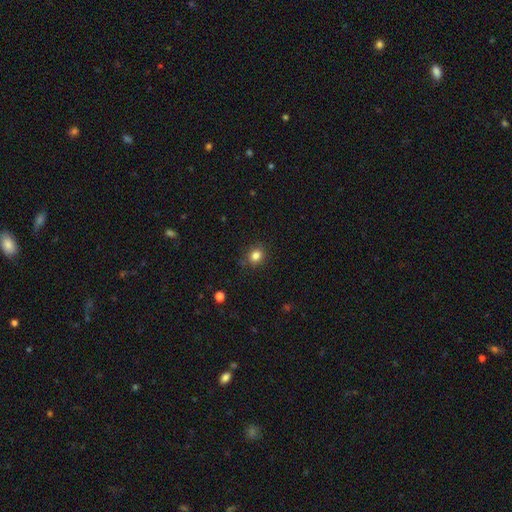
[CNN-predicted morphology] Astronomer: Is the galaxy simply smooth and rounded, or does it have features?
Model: smooth — 83%.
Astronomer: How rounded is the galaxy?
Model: round — 71%.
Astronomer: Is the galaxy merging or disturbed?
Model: none — 82%.